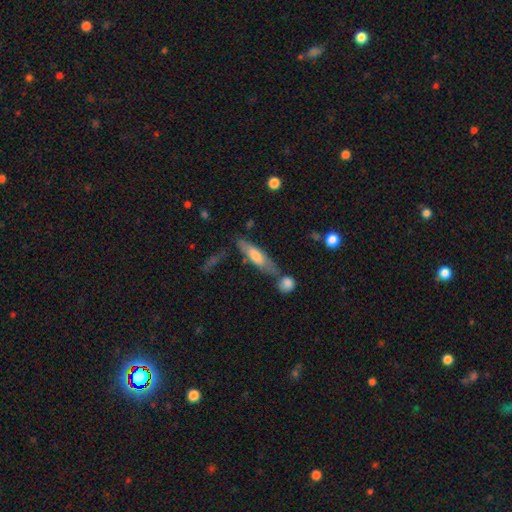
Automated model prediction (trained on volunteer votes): smooth 60%, featured or disk 34%, star or artifact 6%. Down the decision tree: how rounded — cigar-shaped (67%); merging — none (58%).